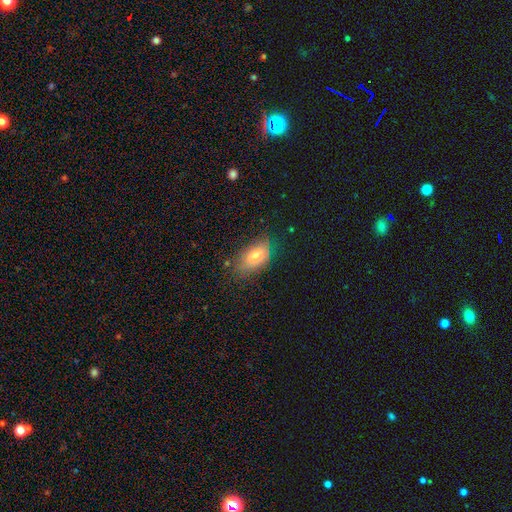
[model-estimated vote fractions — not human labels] Morphology: type=smooth (74%); roundness=in between (89%); merging=none (66%).